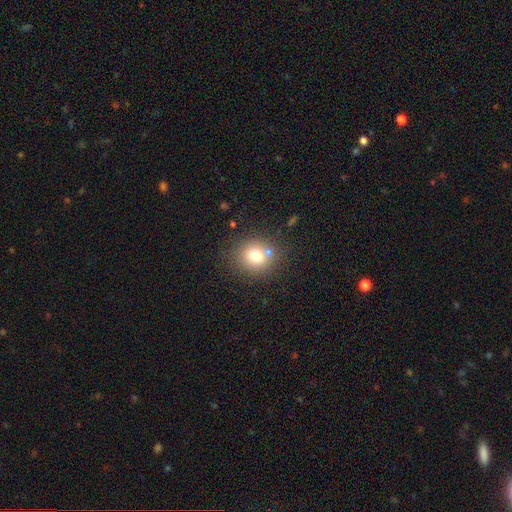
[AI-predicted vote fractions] This appears to be a smooth galaxy with no disk features (73%) that is round (78%). Merging: none (71%).